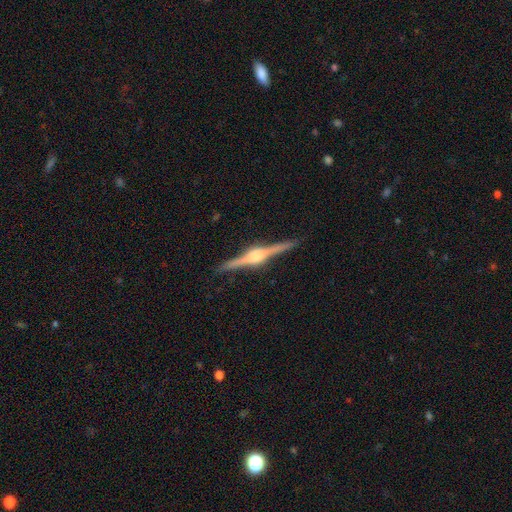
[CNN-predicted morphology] This appears to be a featured or disk galaxy (88%) viewed edge-on (99%) with a rounded central bulge (89%). Merging: none (92%).